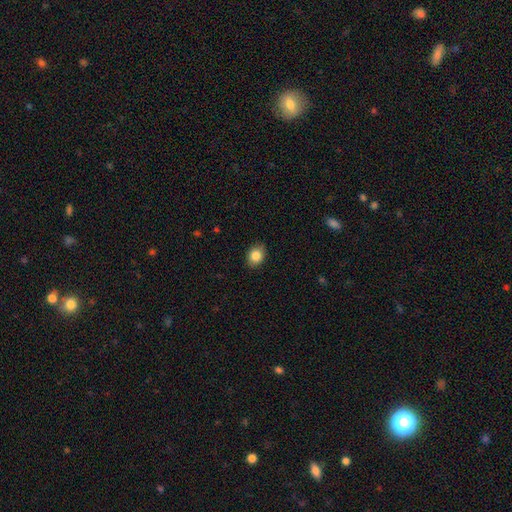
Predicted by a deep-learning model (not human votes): Overall: smooth (86%). How rounded: in between (57%; round 42%). Merging: none (86%).